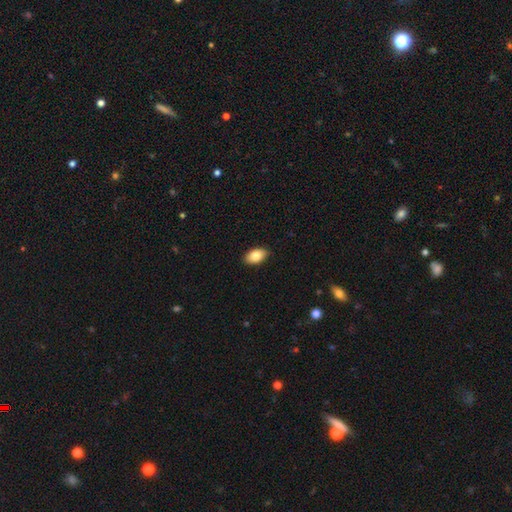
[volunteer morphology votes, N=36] Smooth or featured?
  - smooth: 89% *
  - featured or disk: 8%
  - star or artifact: 3%
How rounded?
  - in between: 91% *
  - round: 9%
  - cigar-shaped: 0%
Merging?
  - none: 91% *
  - minor disturbance: 9%
  - major disturbance: 0%
  - merger: 0%